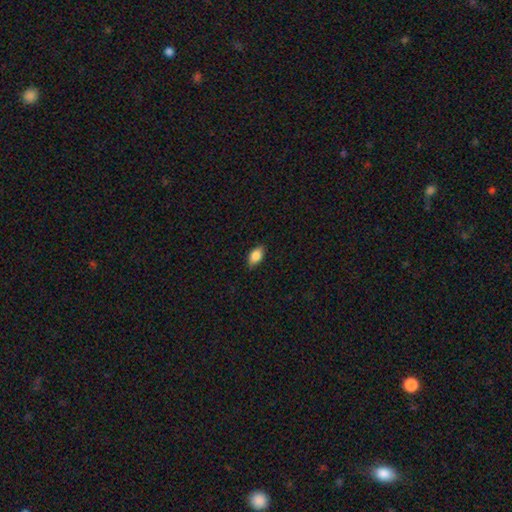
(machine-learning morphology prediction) The model was most divided on "merging": none: 84%, minor disturbance: 13%, major disturbance: 2%, merger: 1%. More confident: how rounded — in between (90%); smooth or featured — smooth (84%).